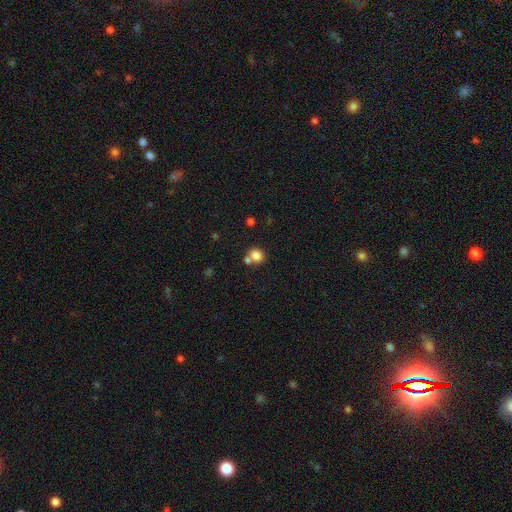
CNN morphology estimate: Overall: smooth (82%). How rounded: round (72%). Merging: none (53%; merger 34%).